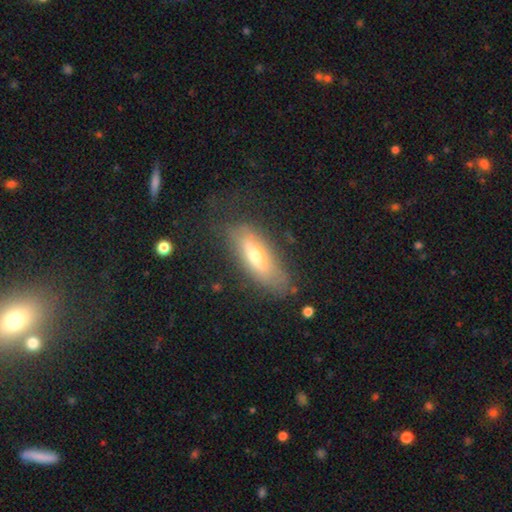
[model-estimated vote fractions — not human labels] Overall: smooth (51%; featured or disk 42%). How rounded: in between (59%; cigar-shaped 39%). Merging: none (64%).